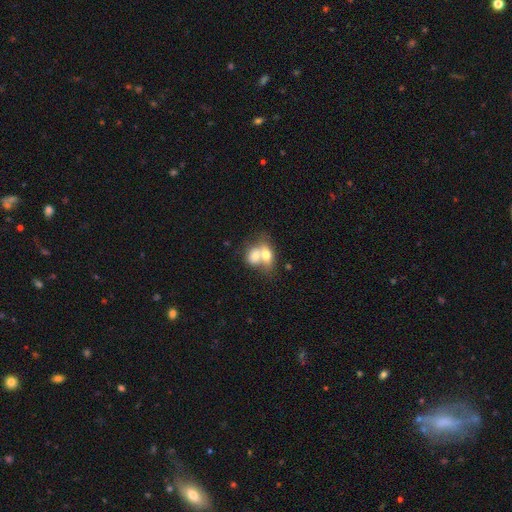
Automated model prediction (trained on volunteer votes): Smooth or featured: smooth — 67% (featured or disk — 26%)
How rounded: in between — 64% (round — 34%)
Merging: merger — 78% (none — 13%)